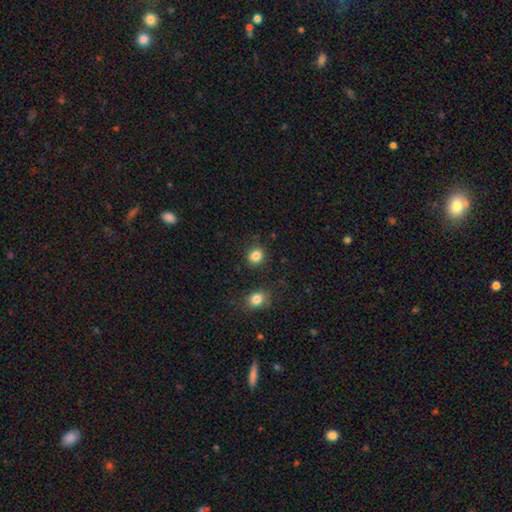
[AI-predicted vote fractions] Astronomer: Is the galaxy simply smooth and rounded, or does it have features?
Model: smooth — 85%.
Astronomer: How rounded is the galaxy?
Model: round — 68%.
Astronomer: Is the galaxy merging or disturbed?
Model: none — 85%.